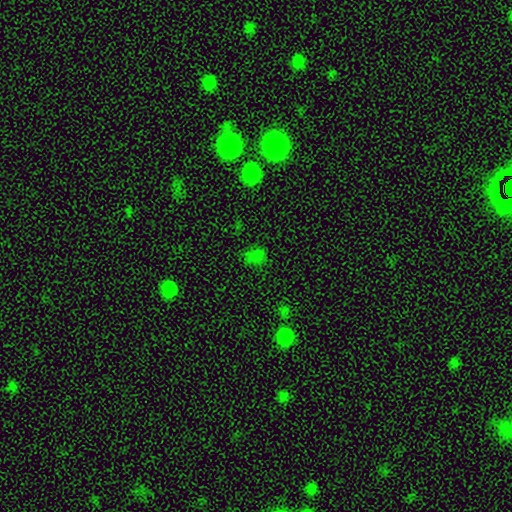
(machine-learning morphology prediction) Smooth or featured? smooth (52%)
How rounded? round (53%)
Merging? none (76%)